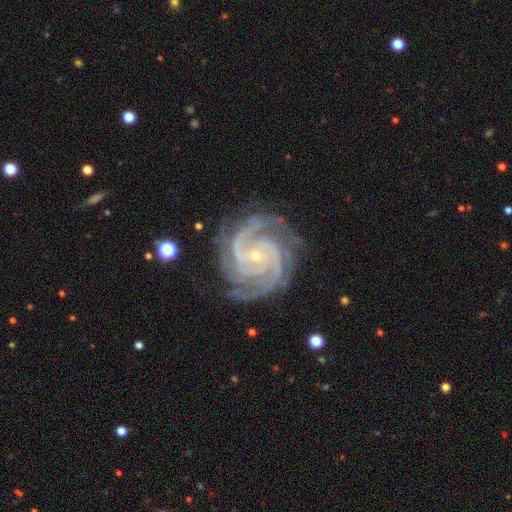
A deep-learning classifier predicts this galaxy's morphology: featured or disk 93%, star or artifact 4%, smooth 2%. Down the decision tree: edge-on disk — no (98%); bar — no (65%); spiral arms — yes (99%); spiral arm count — 3 (33%); spiral winding — tight (66%); bulge size — small (87%); merging — none (79%).